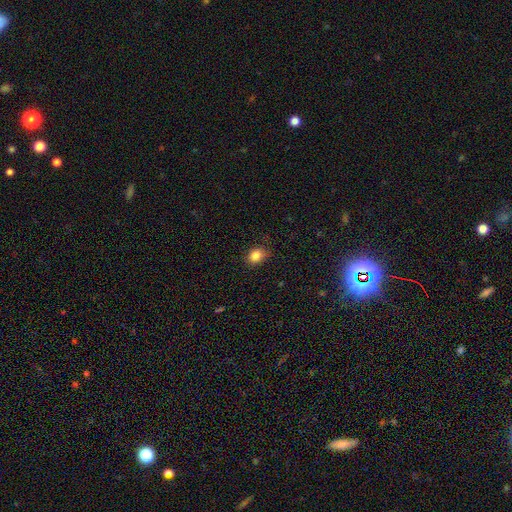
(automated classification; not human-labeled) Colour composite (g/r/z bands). It shows a smooth galaxy with no disk features (84%) that is in between round and cigar-shaped (52%). Merging: none (80%).